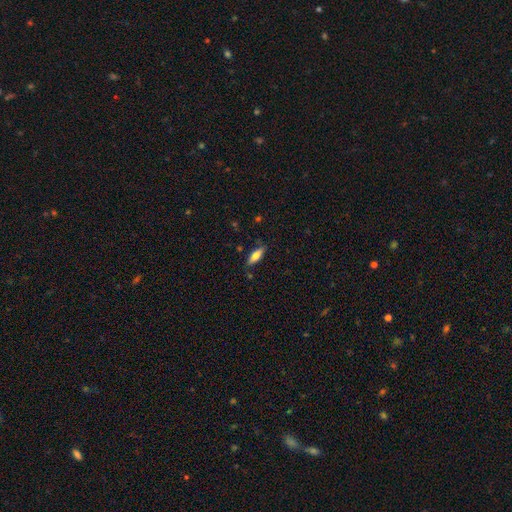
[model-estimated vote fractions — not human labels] This is likely a smooth galaxy (65%). How rounded: possibly in between (56%). Merging: clearly none (83%).